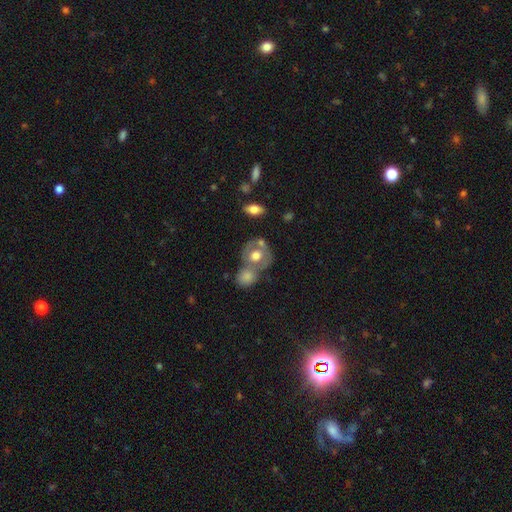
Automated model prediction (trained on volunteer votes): A smooth galaxy with no disk features (54%) that is round (65%). Merging: merger (41%).